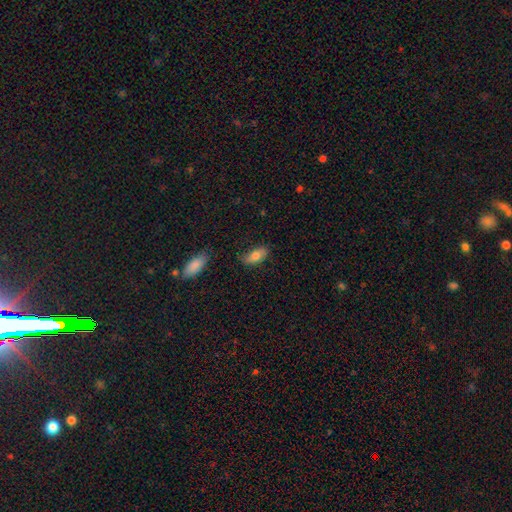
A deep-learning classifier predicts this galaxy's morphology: This is likely a smooth galaxy (80%). How rounded: clearly in between (87%). Merging: likely none (70%).